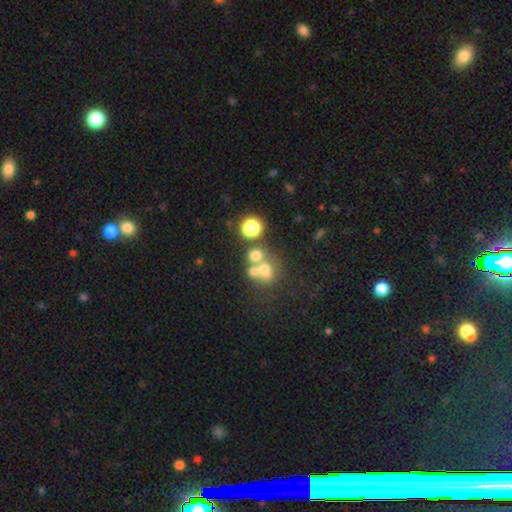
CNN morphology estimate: Overall: smooth (59%; star or artifact 21%). How rounded: round (74%). Merging: merger (46%; none 40%).